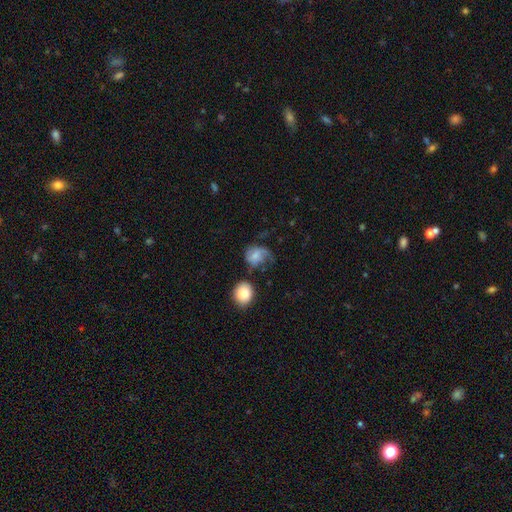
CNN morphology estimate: This appears to be a smooth galaxy with no disk features (51%) that is round (56%). Merging: major disturbance (34%).